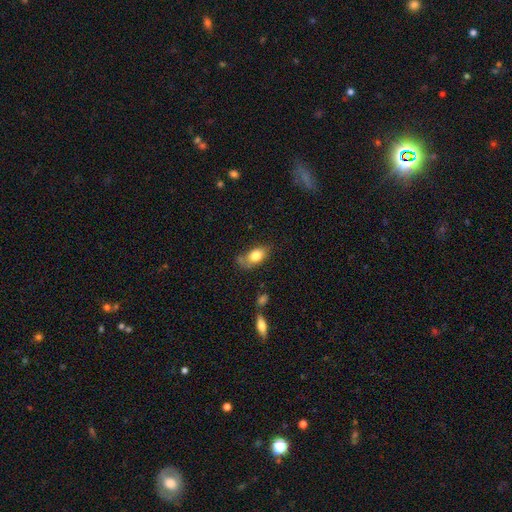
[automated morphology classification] Q: Smooth or featured?
A: smooth (79%); runner-up: featured or disk (13%)
Q: How rounded?
A: in between (86%); runner-up: round (11%)
Q: Merging?
A: none (51%); runner-up: minor disturbance (29%)